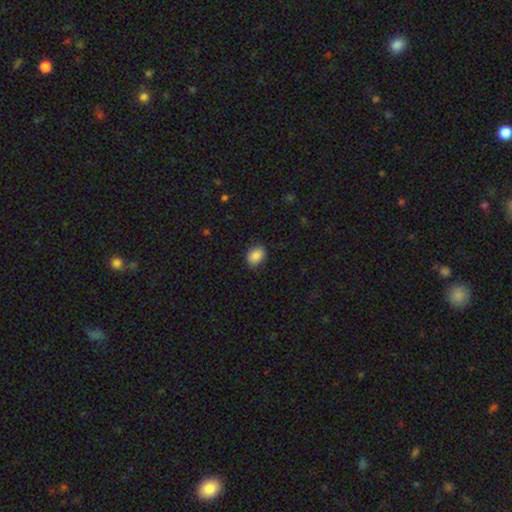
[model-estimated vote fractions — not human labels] Smooth or featured: smooth — 88% (star or artifact — 8%)
How rounded: in between — 70% (round — 29%)
Merging: none — 86% (minor disturbance — 10%)